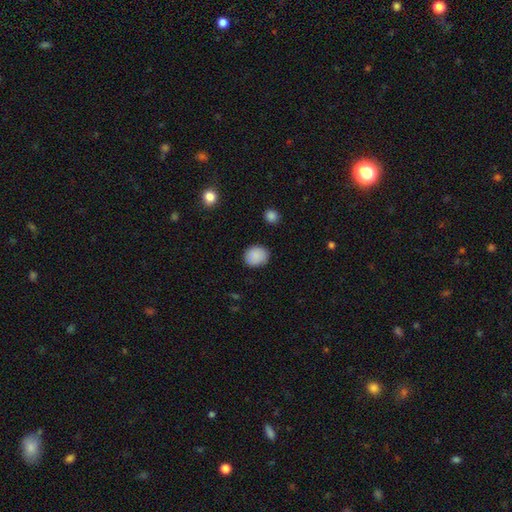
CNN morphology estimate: Overall: smooth (87%). How rounded: round (70%). Merging: none (83%).